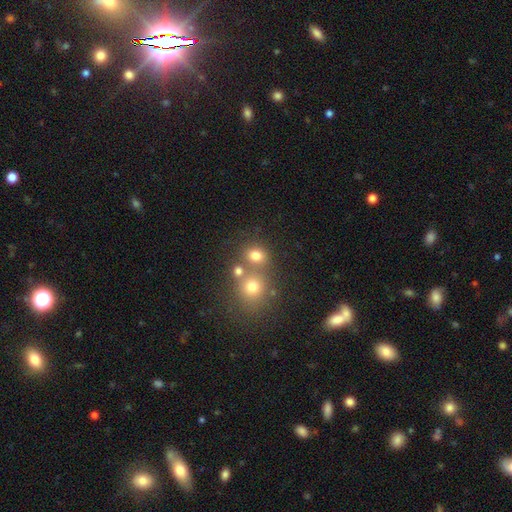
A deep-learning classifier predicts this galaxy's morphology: Smooth or featured?
  - smooth: 73% *
  - star or artifact: 17%
  - featured or disk: 9%
How rounded?
  - round: 72% *
  - in between: 27%
  - cigar-shaped: 1%
Merging?
  - none: 59% *
  - merger: 27%
  - minor disturbance: 9%
  - major disturbance: 4%